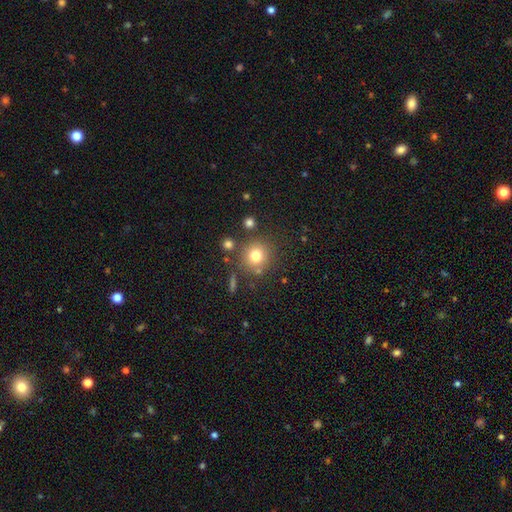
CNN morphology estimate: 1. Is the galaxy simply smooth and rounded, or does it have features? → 76% smooth, 14% star or artifact, 10% featured or disk.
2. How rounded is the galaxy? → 92% round, 7% in between, 1% cigar-shaped.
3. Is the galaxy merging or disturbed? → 79% none, 10% minor disturbance, 7% merger, 4% major disturbance.